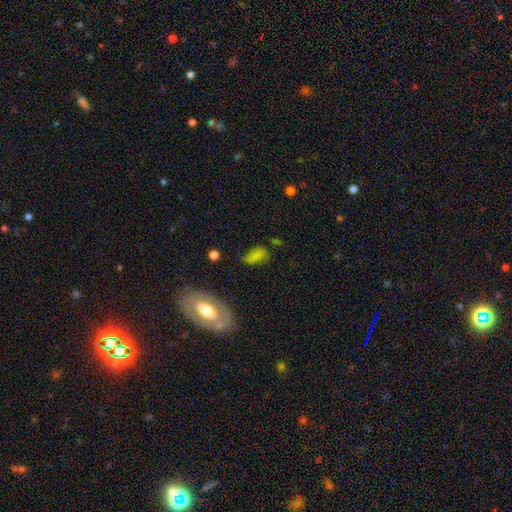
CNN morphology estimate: Smooth or featured? Predicted: smooth (p=0.62). How rounded? Predicted: in between (p=0.84). Merging? Predicted: none (p=0.62).